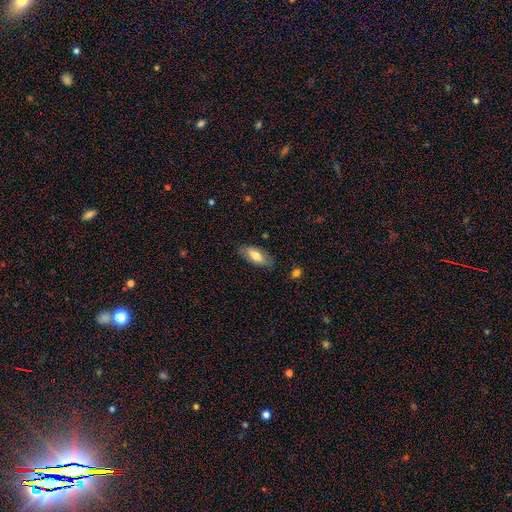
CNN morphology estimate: Overall: smooth (67%; featured or disk 27%). How rounded: in between (85%). Merging: none (78%).